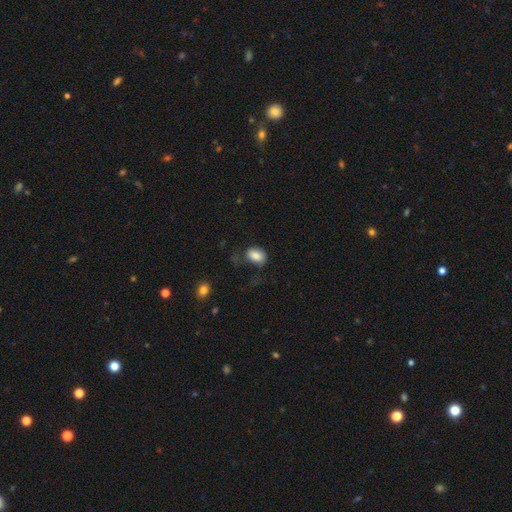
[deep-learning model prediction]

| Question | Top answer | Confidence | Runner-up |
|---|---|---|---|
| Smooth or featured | smooth | 85% | star or artifact (8%) |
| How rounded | in between | 80% | round (18%) |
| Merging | none | 63% | minor disturbance (23%) |